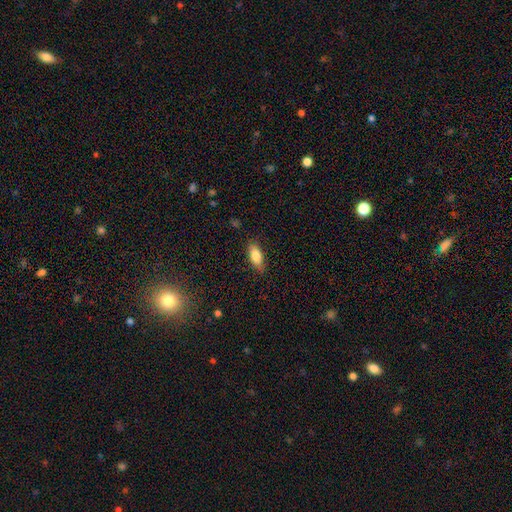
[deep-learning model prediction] This is clearly a smooth galaxy (80%). How rounded: clearly in between (81%). Merging: clearly none (83%).